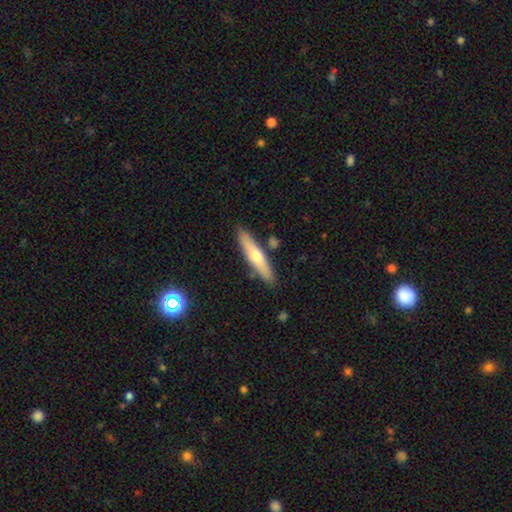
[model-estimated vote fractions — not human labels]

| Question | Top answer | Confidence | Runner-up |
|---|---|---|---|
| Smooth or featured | smooth | 50% | featured or disk (44%) |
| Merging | none | 85% | minor disturbance (9%) |